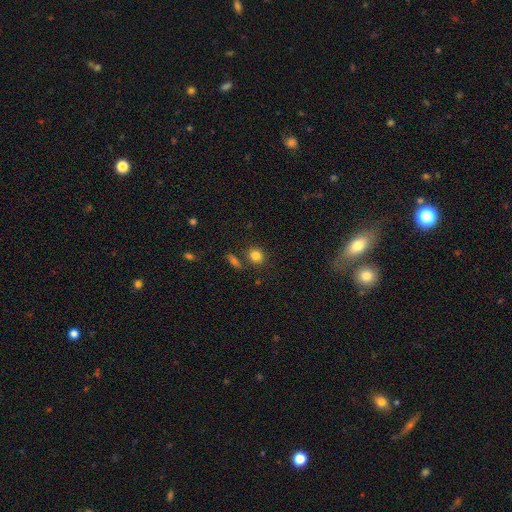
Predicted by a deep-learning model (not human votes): smooth-or-featured: smooth: 82% | star or artifact: 11% | featured or disk: 7%
  how-rounded: round: 77% | in between: 22% | cigar-shaped: 1%
  merging: none: 78% | minor disturbance: 10% | merger: 8% | major disturbance: 3%